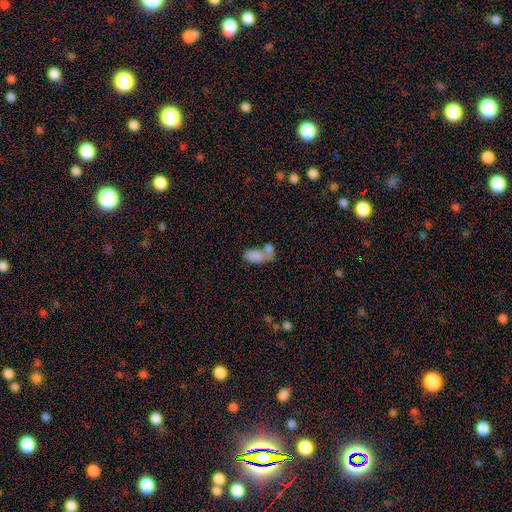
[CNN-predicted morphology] smooth_or_featured: smooth (p=0.81) [alt: featured or disk p=0.11]
how_rounded: in between (p=0.92) [alt: round p=0.05]
merging: merger (p=0.59) [alt: none p=0.23]